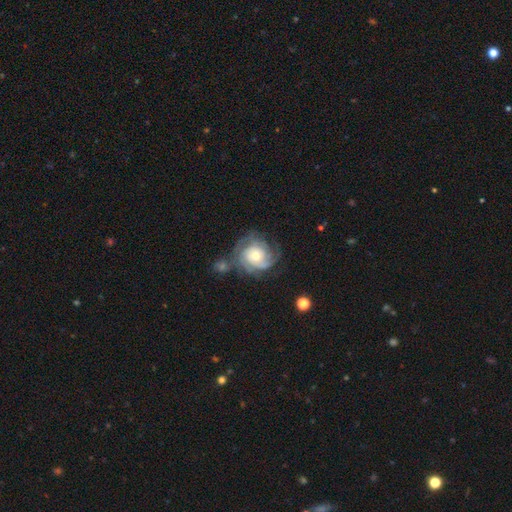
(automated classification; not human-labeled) Q: Smooth or featured?
A: featured or disk (84%); runner-up: smooth (11%)
Q: Edge-on disk?
A: no (98%); runner-up: yes (2%)
Q: Bar?
A: no (75%); runner-up: weak (20%)
Q: Spiral arms?
A: yes (95%); runner-up: no (5%)
Q: Spiral winding?
A: tight (70%); runner-up: medium (24%)
Q: Spiral arm count?
A: 3 (32%); runner-up: can't tell (26%)
Q: Bulge size?
A: moderate (64%); runner-up: small (27%)
Q: Merging?
A: none (59%); runner-up: minor disturbance (19%)